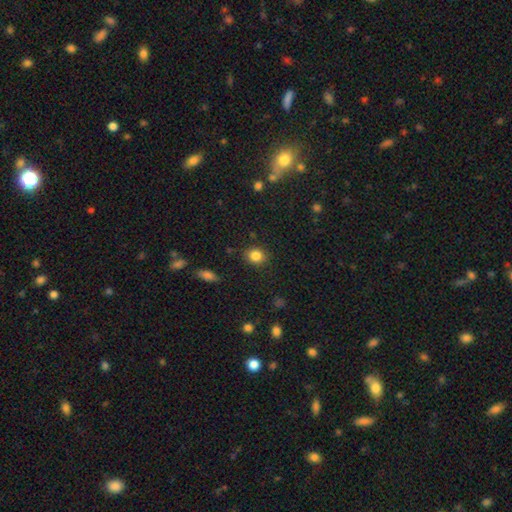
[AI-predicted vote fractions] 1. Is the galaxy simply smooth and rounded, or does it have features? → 84% smooth, 10% star or artifact, 5% featured or disk.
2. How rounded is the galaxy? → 71% round, 28% in between, 1% cigar-shaped.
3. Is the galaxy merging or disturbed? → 86% none, 9% minor disturbance, 3% major disturbance, 2% merger.